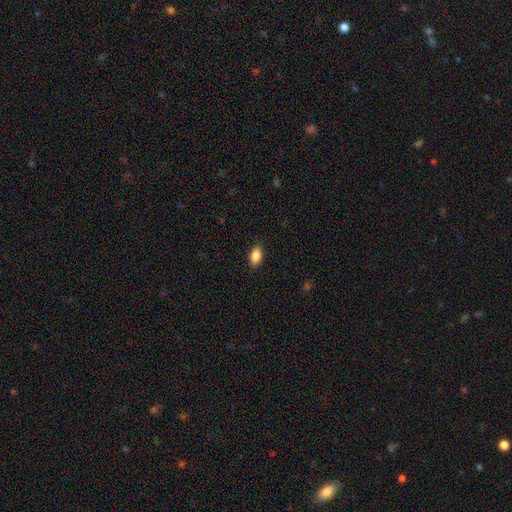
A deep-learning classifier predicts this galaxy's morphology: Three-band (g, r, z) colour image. It shows a smooth galaxy with no disk features (87%) that is in between round and cigar-shaped (88%). Merging: none (86%).